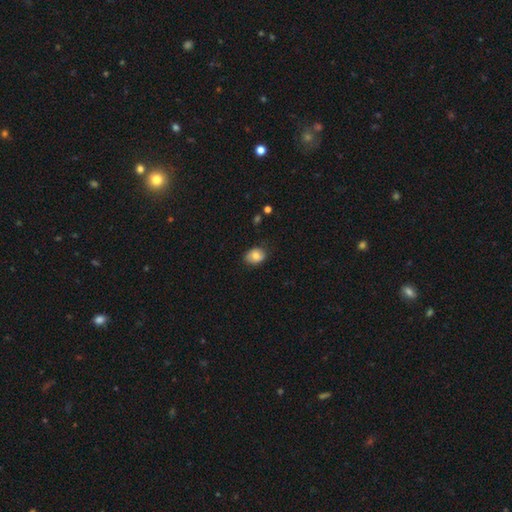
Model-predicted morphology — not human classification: Q: Smooth or featured?
A: smooth (77%); runner-up: featured or disk (15%)
Q: How rounded?
A: in between (60%); runner-up: round (39%)
Q: Merging?
A: none (79%); runner-up: minor disturbance (17%)